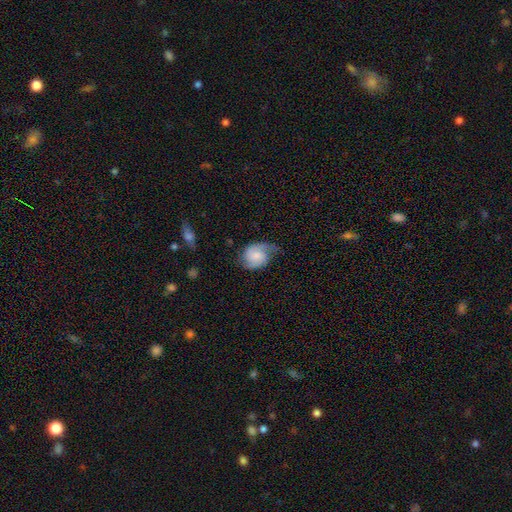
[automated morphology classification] Overall: featured or disk (58%; smooth 35%). Edge-on disk: no (97%). Bar: no (64%; weak 32%). Spiral arms: yes (92%). Spiral arm count: 2 (70%). Spiral winding: medium (44%; tight 30%). Bulge size: small (43%; moderate 34%). Merging: none (46%; minor disturbance 35%).